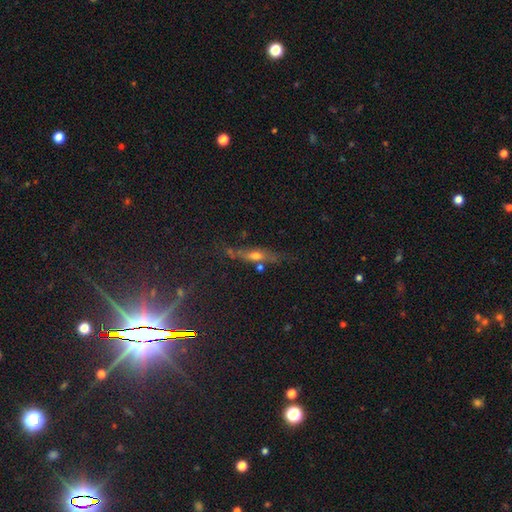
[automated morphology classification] smooth_or_featured: featured or disk (p=0.46) [alt: smooth p=0.38]
merging: none (p=0.62) [alt: minor disturbance p=0.20]